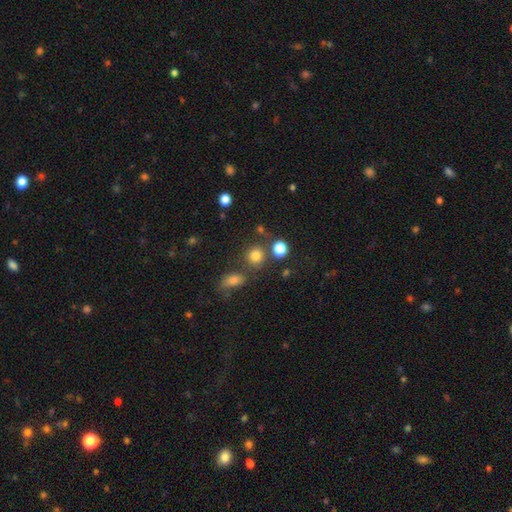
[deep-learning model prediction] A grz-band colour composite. It shows a smooth galaxy with no disk features (79%) that is round (85%). Merging: none (72%).